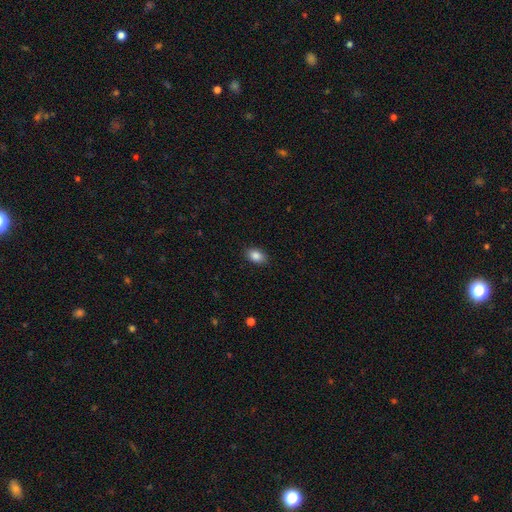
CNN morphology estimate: This is clearly a smooth galaxy (87%). How rounded: clearly in between (85%). Merging: clearly none (88%).